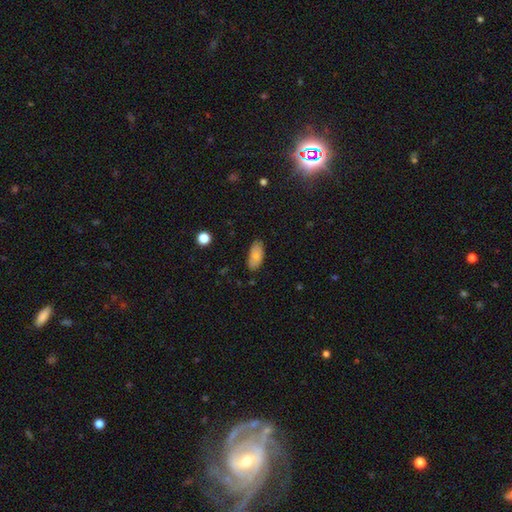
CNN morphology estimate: Smooth or featured? smooth (82%)
How rounded? in between (90%)
Merging? none (81%)